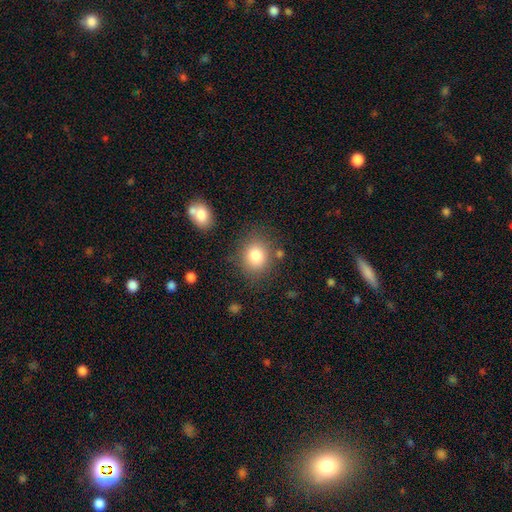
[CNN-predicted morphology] This is clearly a smooth galaxy (82%). How rounded: likely round (73%). Merging: likely none (79%).